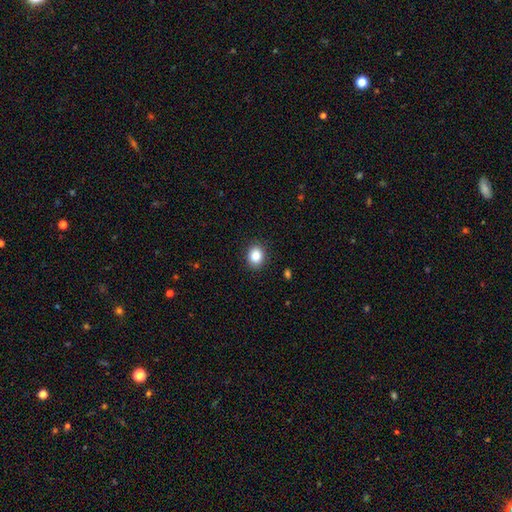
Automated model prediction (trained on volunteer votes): Q: Smooth or featured?
A: smooth (86%); runner-up: star or artifact (9%)
Q: How rounded?
A: round (55%); runner-up: in between (44%)
Q: Merging?
A: none (89%); runner-up: minor disturbance (8%)